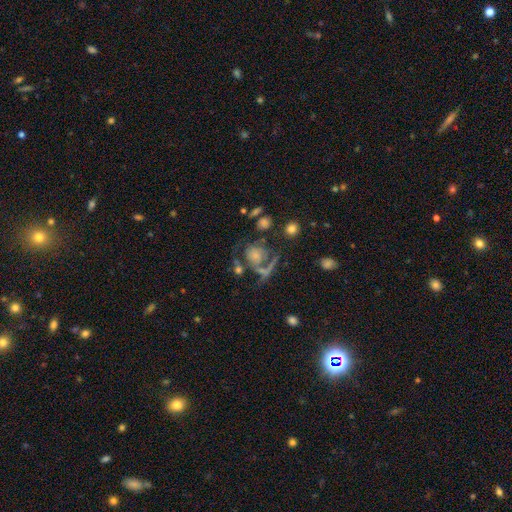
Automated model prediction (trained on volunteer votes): Morphology: type=featured or disk (48%); merging=none (47%).